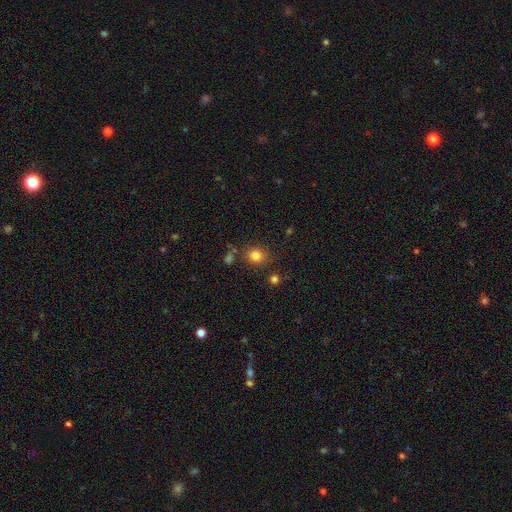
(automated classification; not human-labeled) Morphology: type=smooth (82%); roundness=round (82%); merging=none (81%).